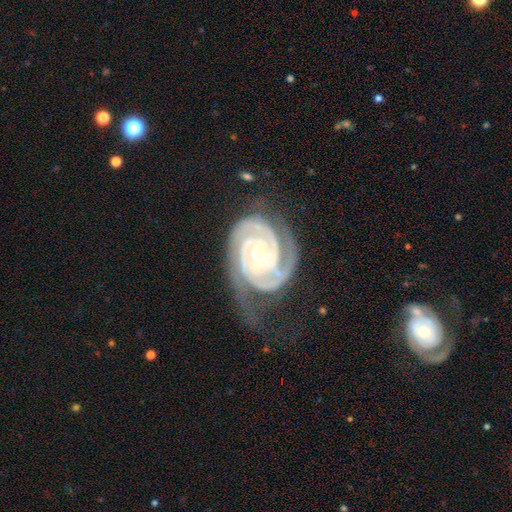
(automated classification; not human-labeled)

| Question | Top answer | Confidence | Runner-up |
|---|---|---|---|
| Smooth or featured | featured or disk | 93% | star or artifact (4%) |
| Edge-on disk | no | 98% | yes (2%) |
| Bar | weak | 42% | no (33%) |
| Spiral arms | yes | 99% | no (1%) |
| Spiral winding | tight | 82% | medium (16%) |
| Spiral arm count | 2 | 55% | 3 (24%) |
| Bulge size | small | 51% | moderate (45%) |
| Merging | none | 57% | minor disturbance (24%) |